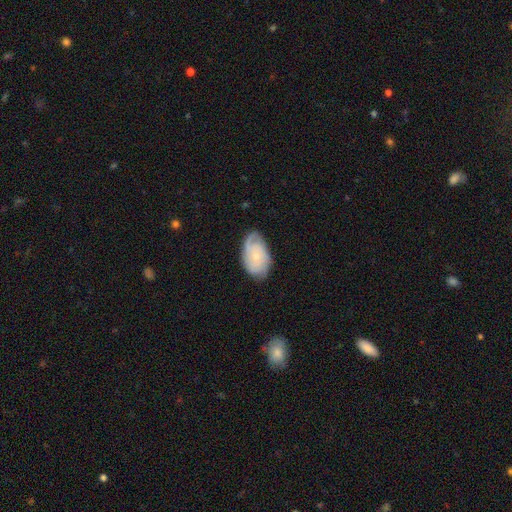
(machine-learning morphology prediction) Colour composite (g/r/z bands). It shows a featured or disk galaxy (59%) with no bar (78%), tight (54%) spiral arms (90%) and a small central bulge (72%). Merging: none (68%).